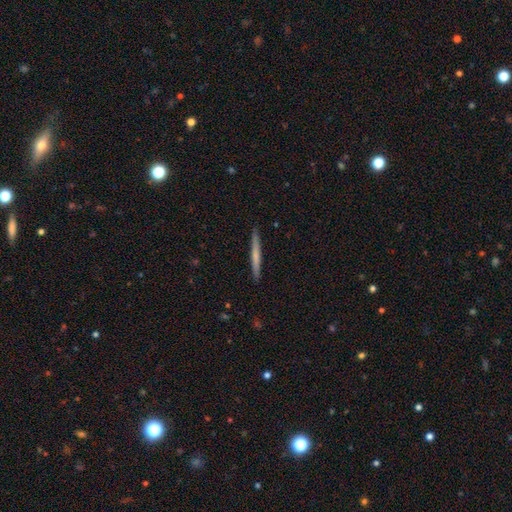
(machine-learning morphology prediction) Smooth or featured? Predicted: smooth (p=0.56). How rounded? Predicted: cigar-shaped (p=0.97). Merging? Predicted: none (p=0.92).